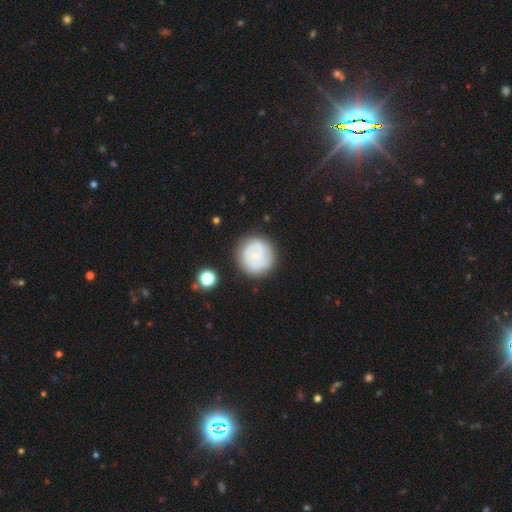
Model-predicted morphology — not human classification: Smooth or featured: smooth — 49% (featured or disk — 43%)
Merging: none — 79% (minor disturbance — 13%)